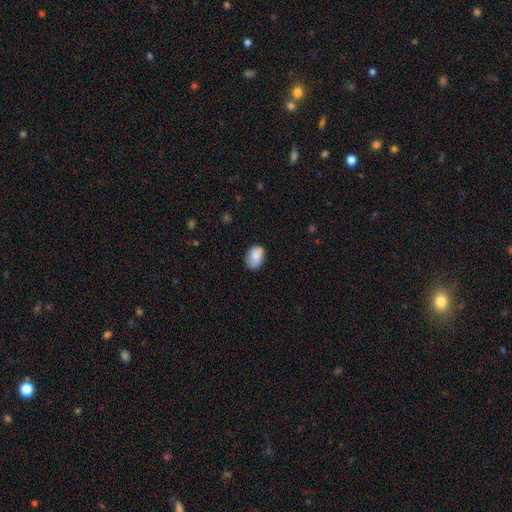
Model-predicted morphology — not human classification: A smooth galaxy with no disk features (84%) that is in between round and cigar-shaped (74%).

Vote fractions:
- Smooth or featured? smooth: 84% / featured or disk: 9% / star or artifact: 7%
- How rounded? in between: 74% / round: 25% / cigar-shaped: 1%
- Merging? none: 69% / minor disturbance: 25% / major disturbance: 5% / merger: 2%